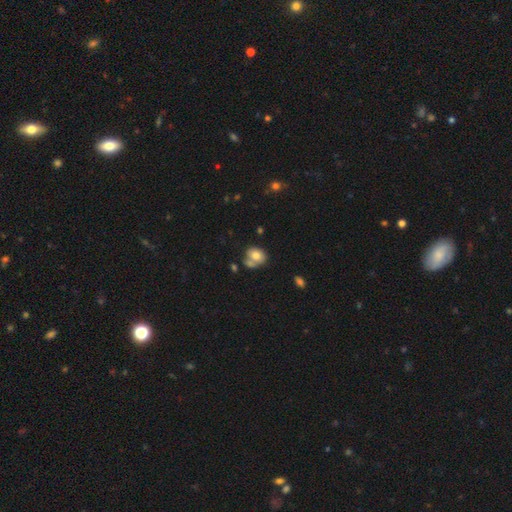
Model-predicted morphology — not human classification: Q: Smooth or featured?
A: smooth (75%); runner-up: featured or disk (16%)
Q: How rounded?
A: round (52%); runner-up: in between (47%)
Q: Merging?
A: none (44%); runner-up: merger (34%)